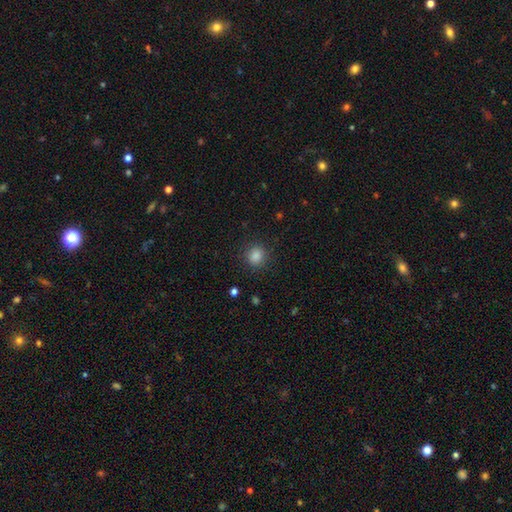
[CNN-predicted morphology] Overall: smooth (83%). How rounded: round (86%). Merging: none (89%).